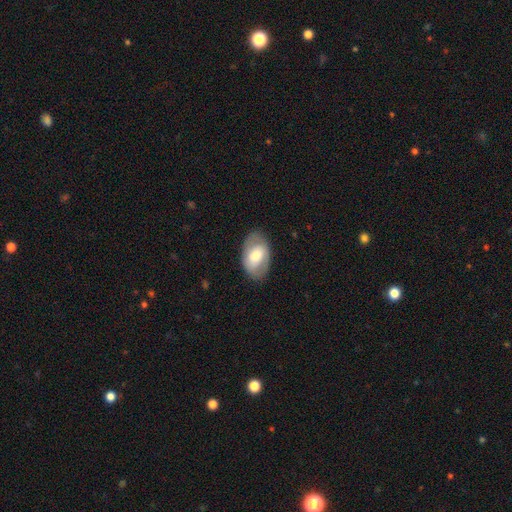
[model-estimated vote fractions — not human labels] Morphology: type=smooth (58%); roundness=in between (91%); merging=none (81%).